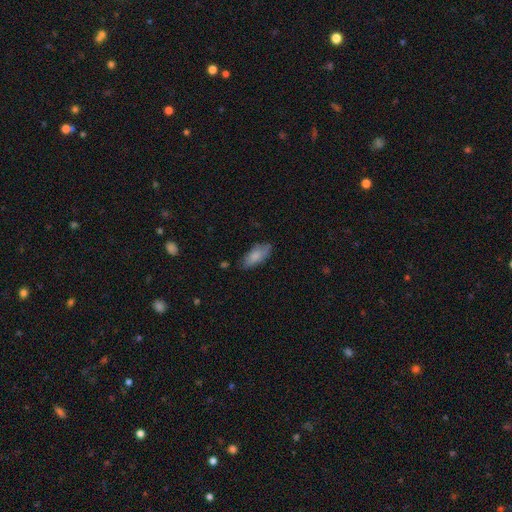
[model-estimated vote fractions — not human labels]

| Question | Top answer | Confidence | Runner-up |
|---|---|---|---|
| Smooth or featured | smooth | 80% | featured or disk (14%) |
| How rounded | in between | 83% | cigar-shaped (15%) |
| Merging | none | 70% | minor disturbance (23%) |